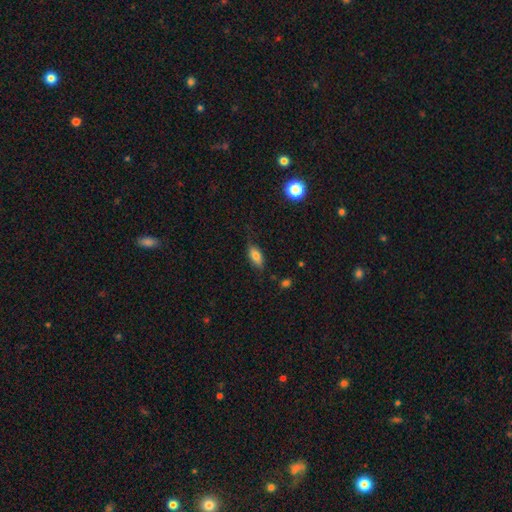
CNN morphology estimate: type=smooth (76%); roundness=in between (83%); merging=none (75%).